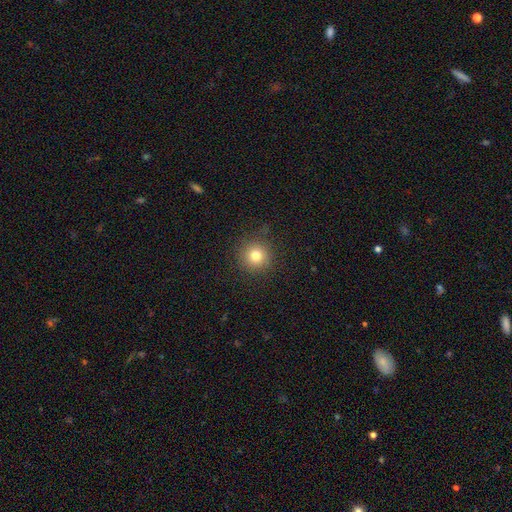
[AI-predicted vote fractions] Q: Smooth or featured?
A: smooth (79%); runner-up: star or artifact (14%)
Q: How rounded?
A: round (94%); runner-up: in between (5%)
Q: Merging?
A: none (89%); runner-up: minor disturbance (7%)